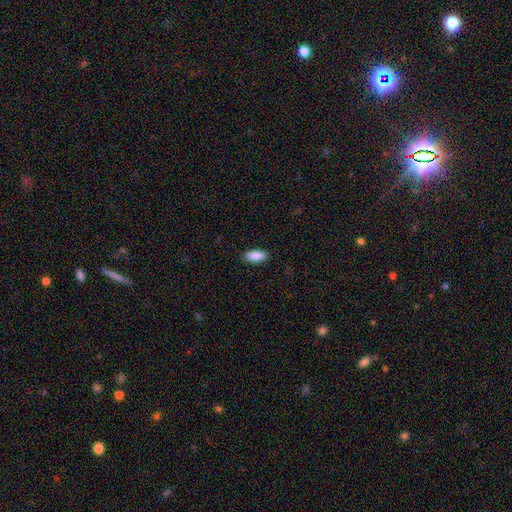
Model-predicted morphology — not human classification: Smooth or featured?
  - smooth: 89% *
  - star or artifact: 6%
  - featured or disk: 5%
How rounded?
  - in between: 90% *
  - cigar-shaped: 8%
  - round: 2%
Merging?
  - none: 89% *
  - minor disturbance: 8%
  - major disturbance: 2%
  - merger: 1%